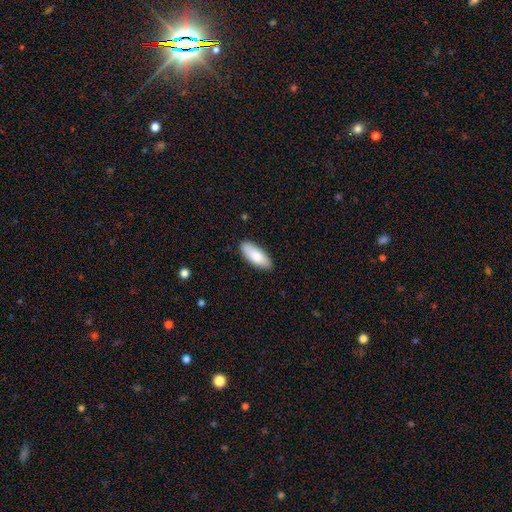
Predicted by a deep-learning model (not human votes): Q: Smooth or featured?
A: smooth (85%); runner-up: featured or disk (10%)
Q: How rounded?
A: in between (79%); runner-up: cigar-shaped (19%)
Q: Merging?
A: none (87%); runner-up: minor disturbance (10%)